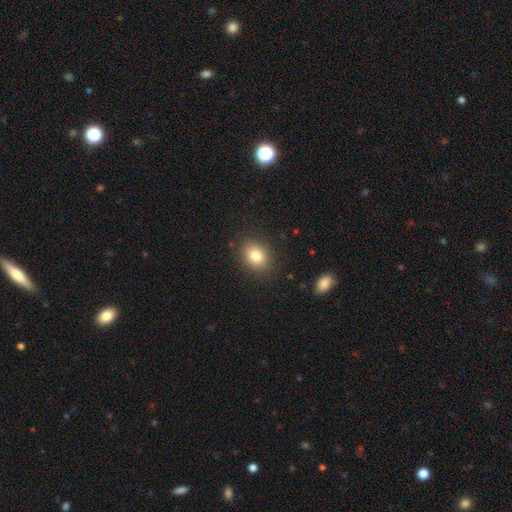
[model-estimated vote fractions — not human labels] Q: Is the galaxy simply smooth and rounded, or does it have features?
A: smooth — 81%.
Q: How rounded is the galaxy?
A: in between — 54%.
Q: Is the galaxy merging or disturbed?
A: none — 86%.